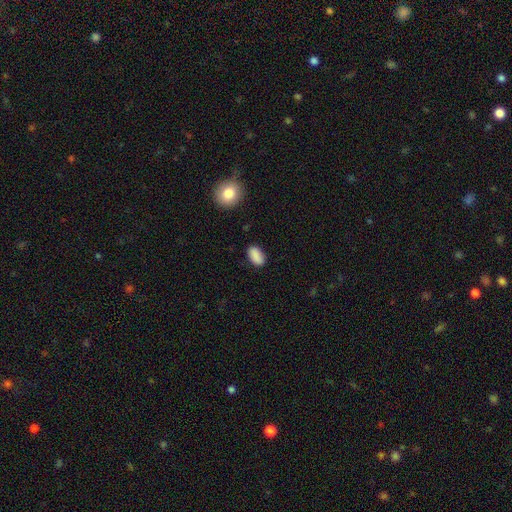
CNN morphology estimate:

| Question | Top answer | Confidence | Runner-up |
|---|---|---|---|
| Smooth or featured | smooth | 88% | star or artifact (8%) |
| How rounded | in between | 92% | round (6%) |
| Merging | none | 84% | minor disturbance (12%) |